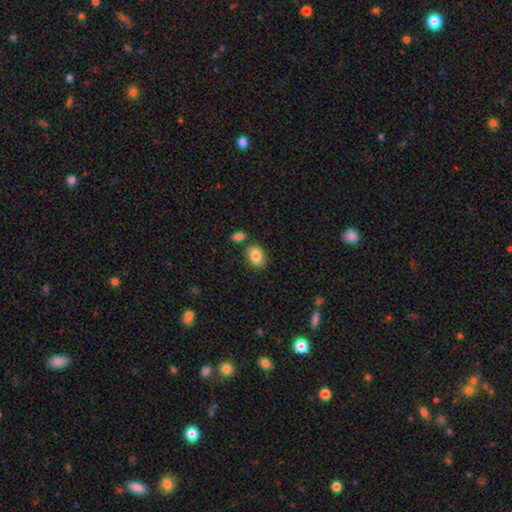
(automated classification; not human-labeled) This appears to be a smooth galaxy with no disk features (85%) that is in between round and cigar-shaped (72%). Merging: none (76%).